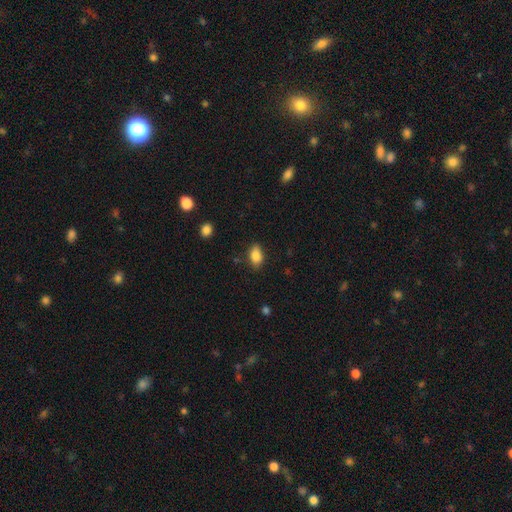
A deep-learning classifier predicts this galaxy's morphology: Smooth or featured: smooth — 86% (star or artifact — 9%)
How rounded: in between — 87% (round — 10%)
Merging: none — 82% (minor disturbance — 14%)